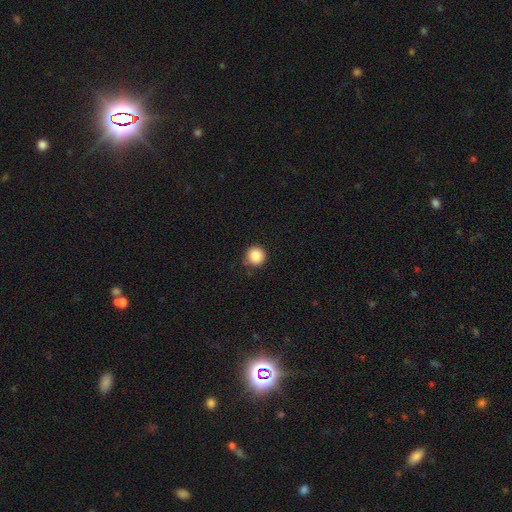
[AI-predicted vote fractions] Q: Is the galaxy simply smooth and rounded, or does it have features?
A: smooth — 85%.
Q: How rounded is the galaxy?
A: round — 96%.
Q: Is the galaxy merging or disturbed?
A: none — 87%.